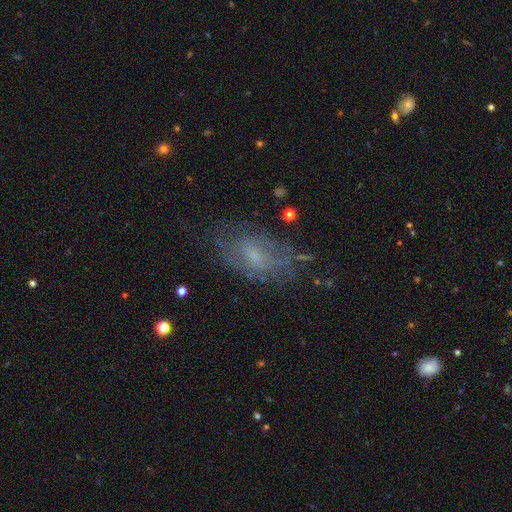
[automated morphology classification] Smooth or featured?
  - featured or disk: 48% *
  - smooth: 39%
  - star or artifact: 14%
Merging?
  - none: 58% *
  - minor disturbance: 24%
  - major disturbance: 16%
  - merger: 2%